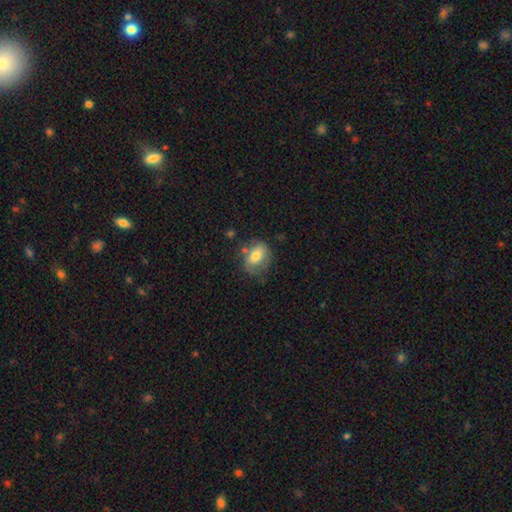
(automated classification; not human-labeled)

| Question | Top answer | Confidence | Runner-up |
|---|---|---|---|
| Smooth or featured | smooth | 68% | featured or disk (24%) |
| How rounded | in between | 67% | round (32%) |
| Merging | none | 58% | minor disturbance (26%) |